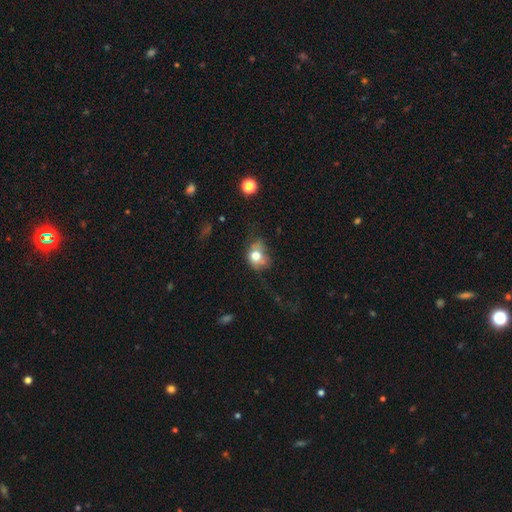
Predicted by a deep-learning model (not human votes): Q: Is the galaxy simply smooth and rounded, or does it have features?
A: smooth — 69%.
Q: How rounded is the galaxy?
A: round — 52%.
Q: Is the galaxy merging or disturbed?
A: none — 35%.